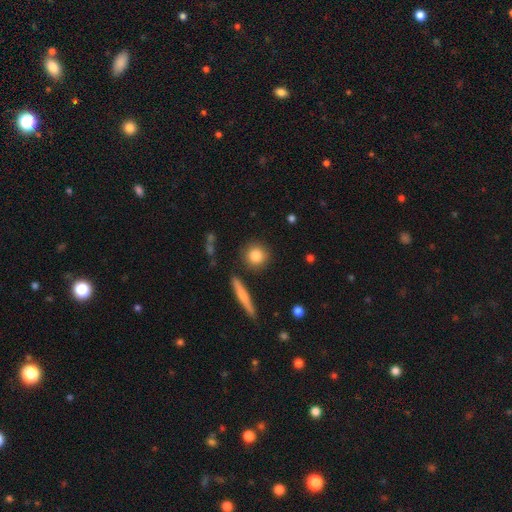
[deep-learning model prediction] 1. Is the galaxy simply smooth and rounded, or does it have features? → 82% smooth, 10% featured or disk, 8% star or artifact.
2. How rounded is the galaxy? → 88% round, 9% in between, 3% cigar-shaped.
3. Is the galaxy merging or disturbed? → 87% none, 8% minor disturbance, 3% merger, 2% major disturbance.